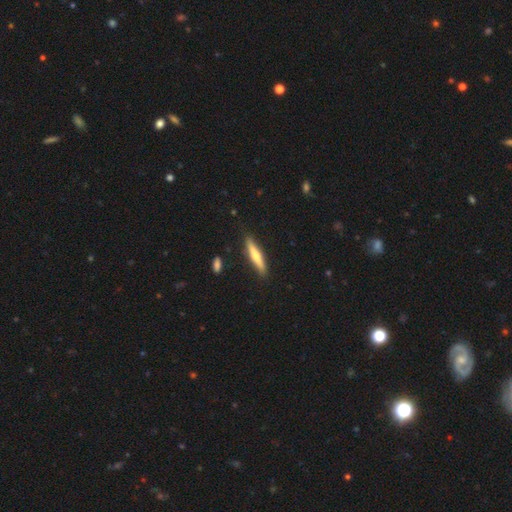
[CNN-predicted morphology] Smooth or featured?
  - smooth: 56% *
  - featured or disk: 38%
  - star or artifact: 5%
How rounded?
  - cigar-shaped: 90% *
  - in between: 9%
  - round: 1%
Merging?
  - none: 87% *
  - minor disturbance: 9%
  - merger: 2%
  - major disturbance: 2%